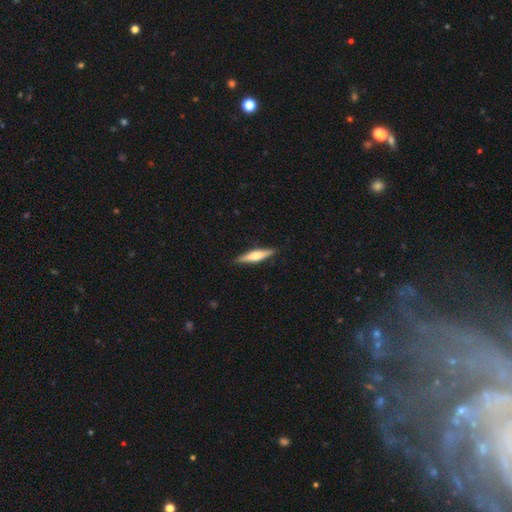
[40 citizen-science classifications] smooth_or_featured: featured or disk (p=0.55) [alt: smooth p=0.40]
disk_edge_on: yes (p=0.95) [alt: no p=0.05]
edge_on_bulge: rounded (p=0.81) [alt: boxy p=0.10]
merging: none (p=0.89) [alt: minor disturbance p=0.05]